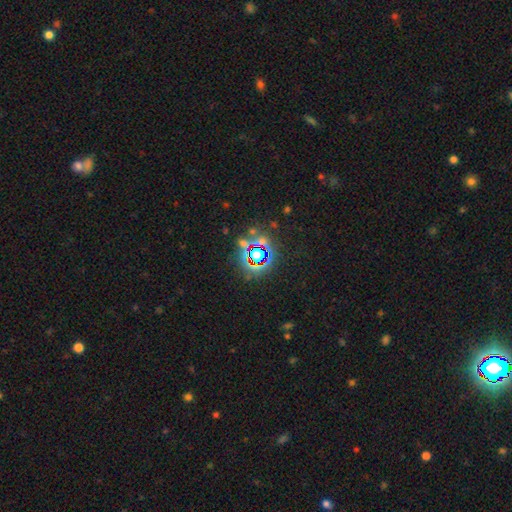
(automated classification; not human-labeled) smooth-or-featured: star or artifact: 71% | smooth: 18% | featured or disk: 11%